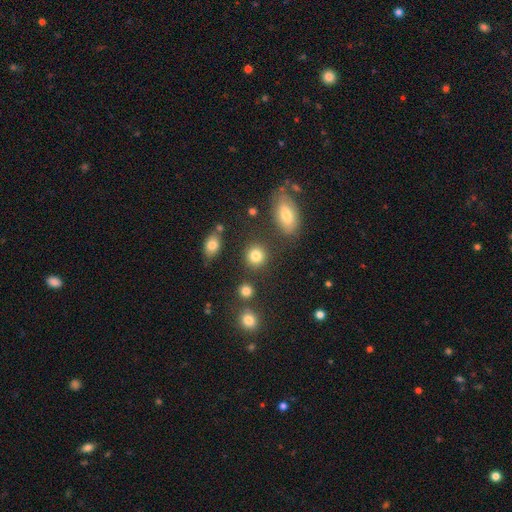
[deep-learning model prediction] The model was most divided on "how rounded": round: 84%, in between: 15%, cigar-shaped: 1%. More confident: smooth or featured — smooth (83%); merging — none (83%).